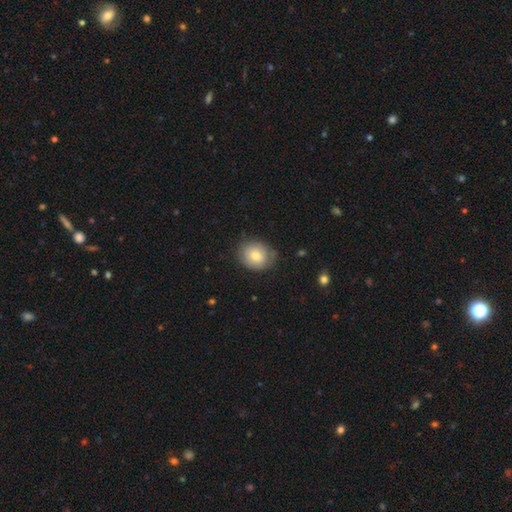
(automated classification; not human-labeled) Smooth or featured? smooth (74%)
How rounded? round (59%)
Merging? none (74%)